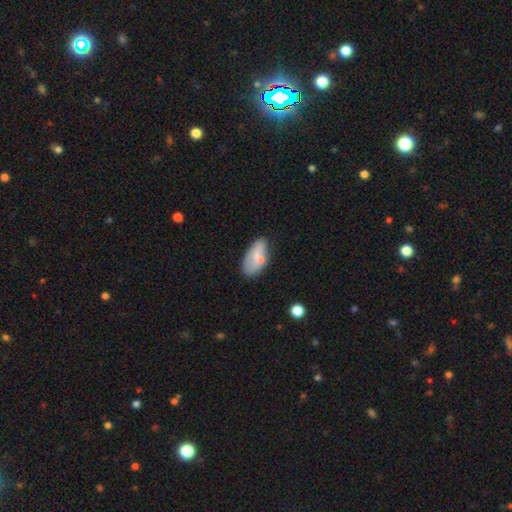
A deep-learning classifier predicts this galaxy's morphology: Smooth or featured?
  - smooth: 67% *
  - featured or disk: 25%
  - star or artifact: 8%
How rounded?
  - in between: 91% *
  - cigar-shaped: 5%
  - round: 4%
Merging?
  - none: 54% *
  - minor disturbance: 26%
  - merger: 12%
  - major disturbance: 8%